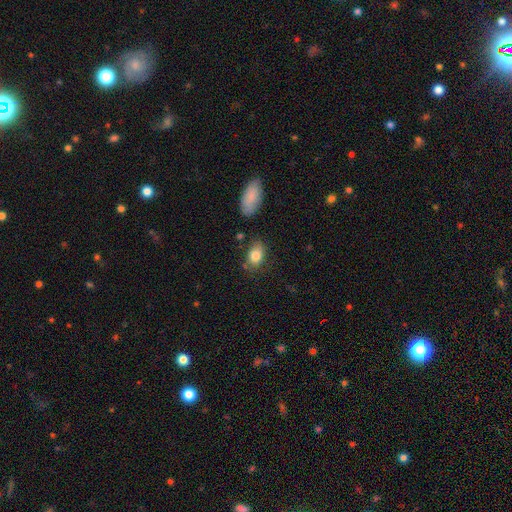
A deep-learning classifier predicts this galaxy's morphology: Smooth or featured: smooth — 83% (featured or disk — 9%)
How rounded: in between — 81% (round — 18%)
Merging: none — 70% (minor disturbance — 21%)